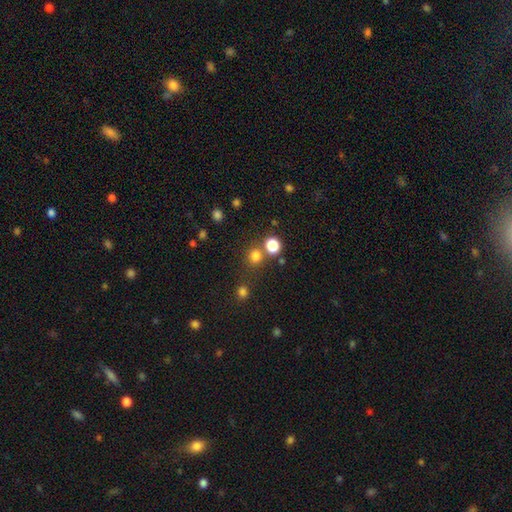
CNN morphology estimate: Q: Smooth or featured?
A: smooth (77%); runner-up: star or artifact (18%)
Q: How rounded?
A: round (88%); runner-up: in between (11%)
Q: Merging?
A: none (70%); runner-up: merger (19%)